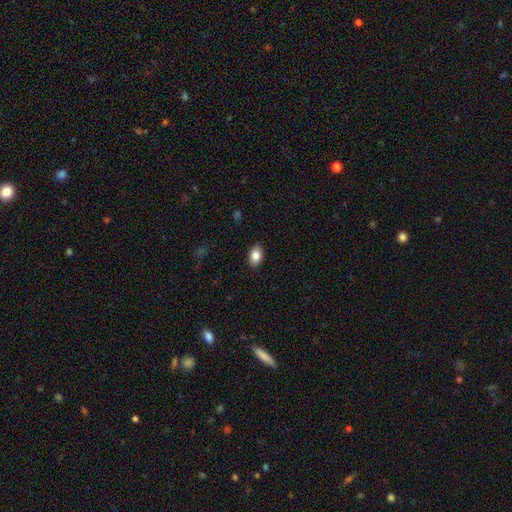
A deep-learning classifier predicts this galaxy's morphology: A smooth galaxy with no disk features (85%) that is in between round and cigar-shaped (86%). Merging: none (89%).